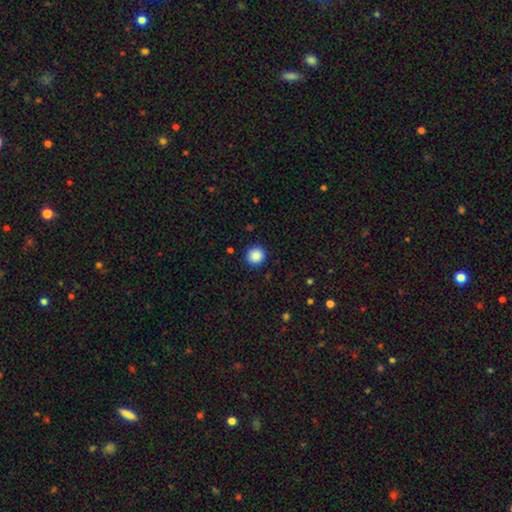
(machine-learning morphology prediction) Smooth or featured? Predicted: smooth (p=0.88). How rounded? Predicted: round (p=0.94). Merging? Predicted: none (p=0.92).